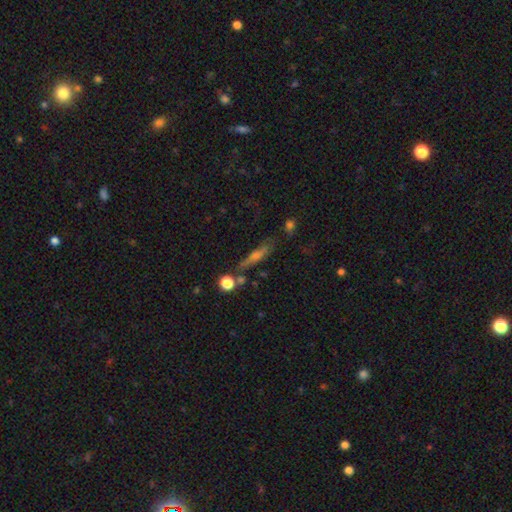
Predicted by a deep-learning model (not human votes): Smooth or featured? Predicted: featured or disk (p=0.43, tied with smooth). Merging? Predicted: none (p=0.70).